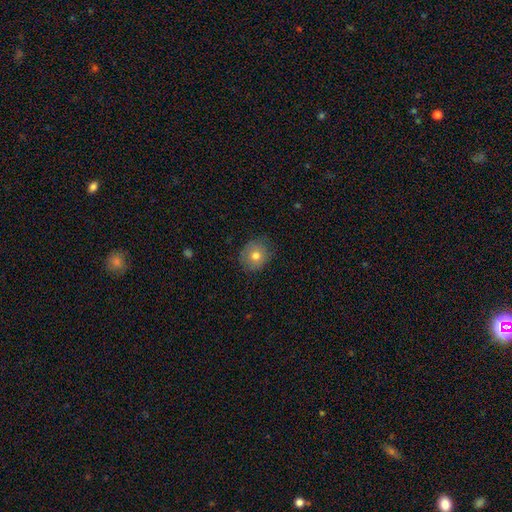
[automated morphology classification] Smooth or featured? smooth (74%)
How rounded? round (80%)
Merging? none (82%)